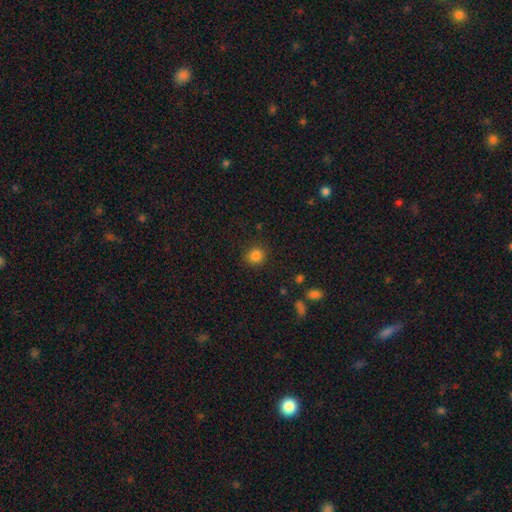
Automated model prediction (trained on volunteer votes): Smooth or featured? smooth (84%)
How rounded? round (87%)
Merging? none (88%)